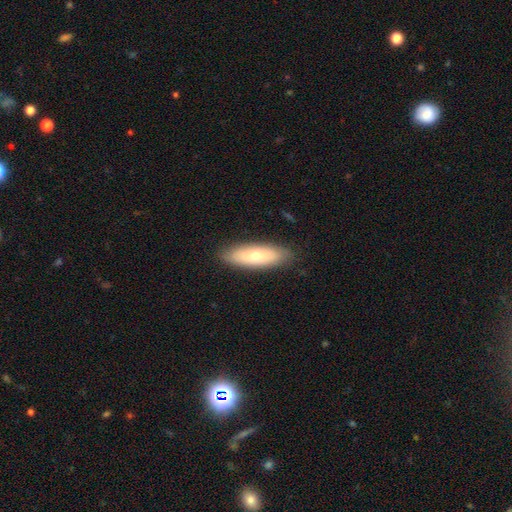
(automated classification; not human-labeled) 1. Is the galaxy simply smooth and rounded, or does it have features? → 60% smooth, 30% featured or disk, 10% star or artifact.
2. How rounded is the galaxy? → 52% cigar-shaped, 45% in between, 3% round.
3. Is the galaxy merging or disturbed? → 88% none, 9% minor disturbance, 2% major disturbance, 1% merger.